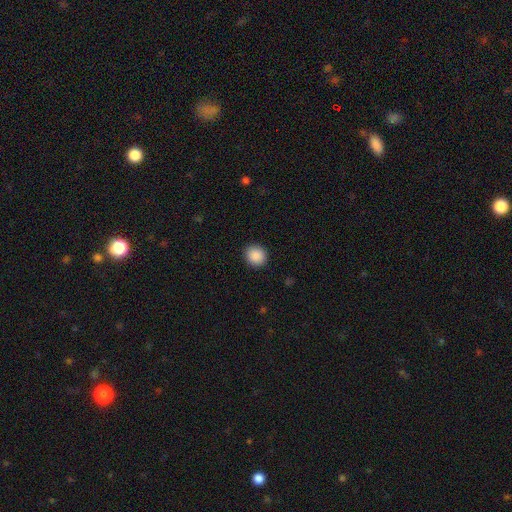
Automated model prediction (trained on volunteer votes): The model was most divided on "how rounded": round: 88%, in between: 11%, cigar-shaped: 1%. More confident: merging — none (92%); smooth or featured — smooth (89%).